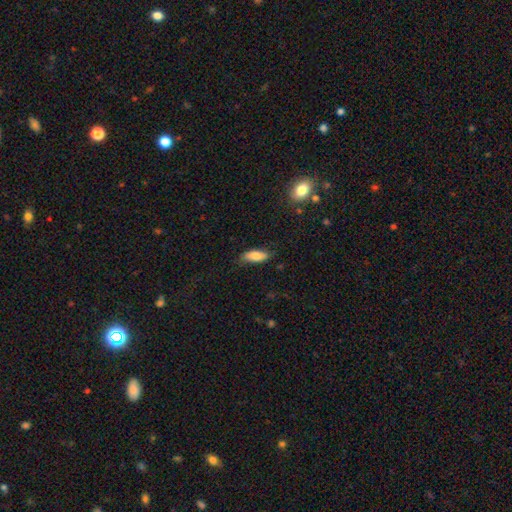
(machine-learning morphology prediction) This is likely a smooth galaxy (78%). How rounded: likely in between (71%). Merging: likely none (75%).